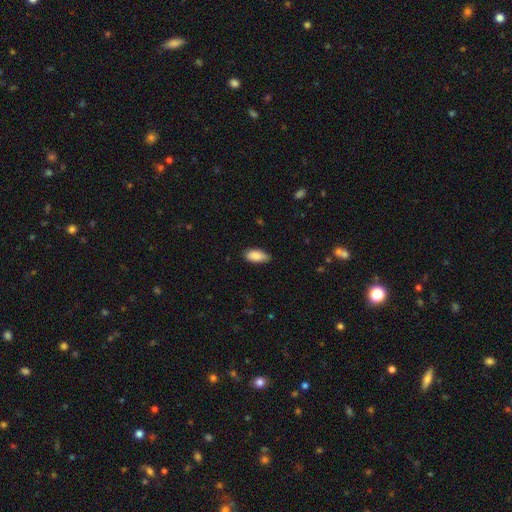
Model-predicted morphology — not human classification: Smooth or featured? smooth (88%)
How rounded? in between (89%)
Merging? none (73%)